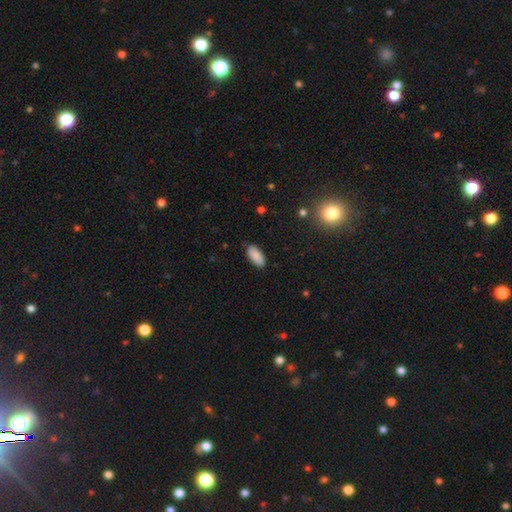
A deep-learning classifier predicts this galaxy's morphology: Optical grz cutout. It shows a smooth galaxy with no disk features (89%) that is in between round and cigar-shaped (92%). Merging: none (87%).